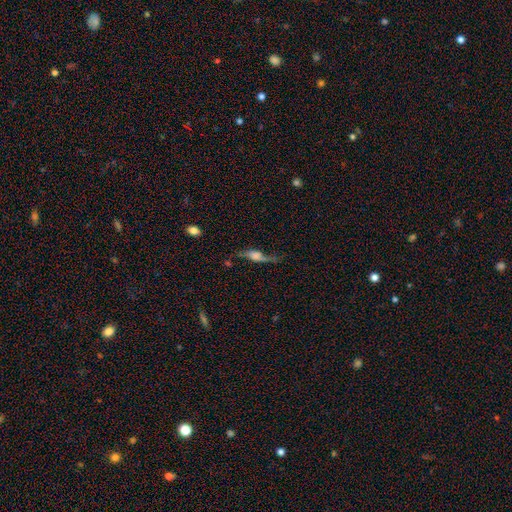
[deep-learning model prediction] smooth-or-featured: featured or disk: 65% | smooth: 25% | star or artifact: 10%
  disk-edge-on: yes: 54% | no: 46%
  merging: none: 53% | minor disturbance: 23% | major disturbance: 19% | merger: 5%